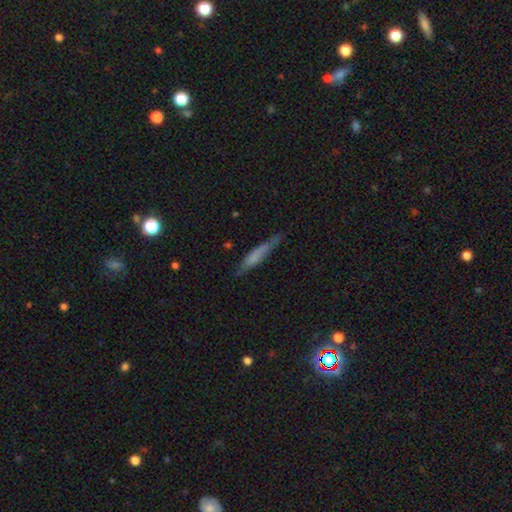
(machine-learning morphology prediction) This is likely a smooth galaxy (60%). How rounded: clearly cigar-shaped (90%). Merging: likely none (70%).